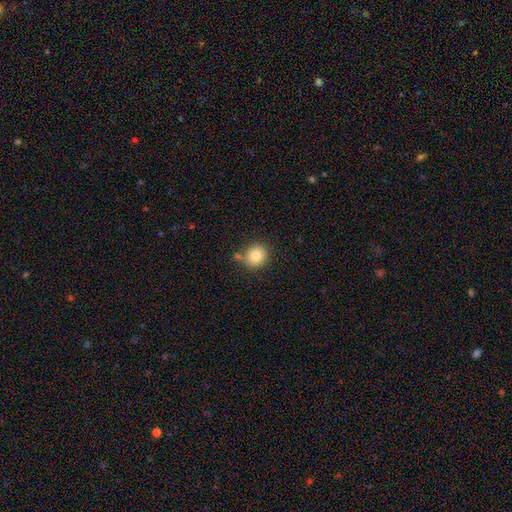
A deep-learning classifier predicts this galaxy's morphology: smooth_or_featured: smooth (p=0.82) [alt: star or artifact p=0.10]
how_rounded: round (p=0.82) [alt: in between p=0.17]
merging: none (p=0.74) [alt: minor disturbance p=0.12]